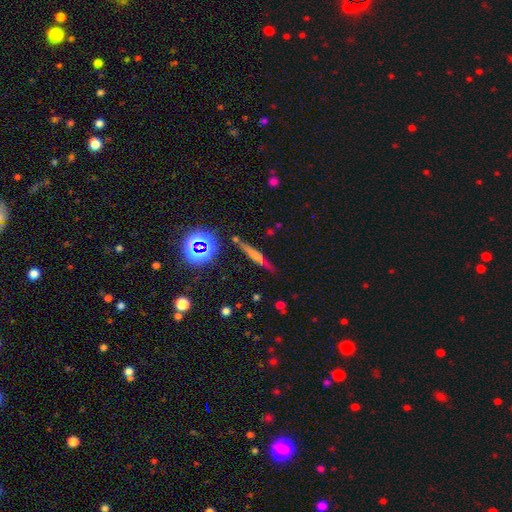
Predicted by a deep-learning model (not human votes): smooth 46%, featured or disk 36%, star or artifact 18%. Down the decision tree: merging — none (78%).